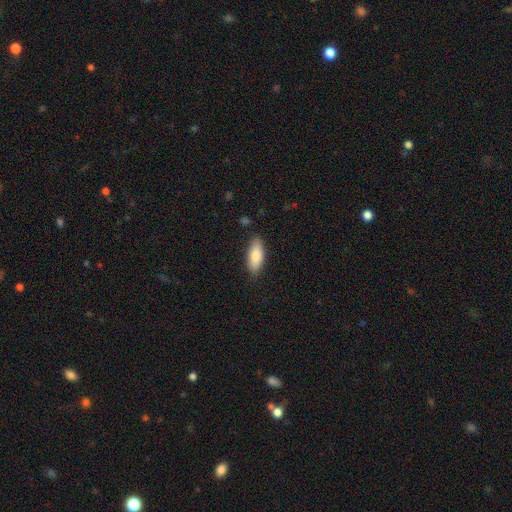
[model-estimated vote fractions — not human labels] Smooth or featured? Predicted: smooth (p=0.80). How rounded? Predicted: in between (p=0.75). Merging? Predicted: none (p=0.85).